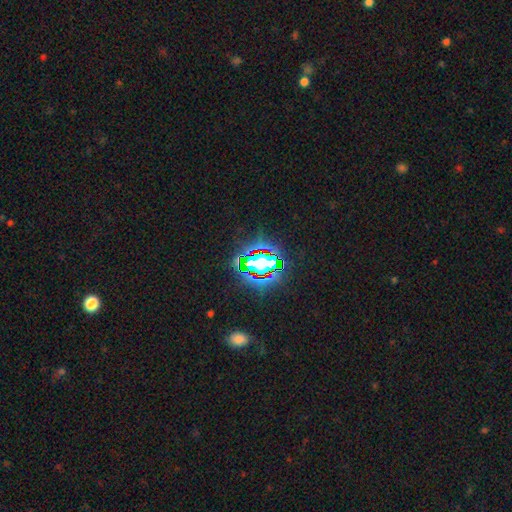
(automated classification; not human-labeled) smooth_or_featured: star or artifact (p=0.74) [alt: smooth p=0.16]